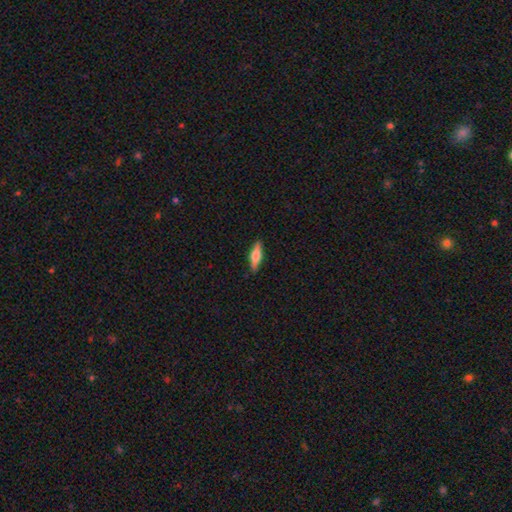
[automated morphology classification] A smooth galaxy with no disk features (52%) that is cigar-shaped (62%). Merging: none (89%).